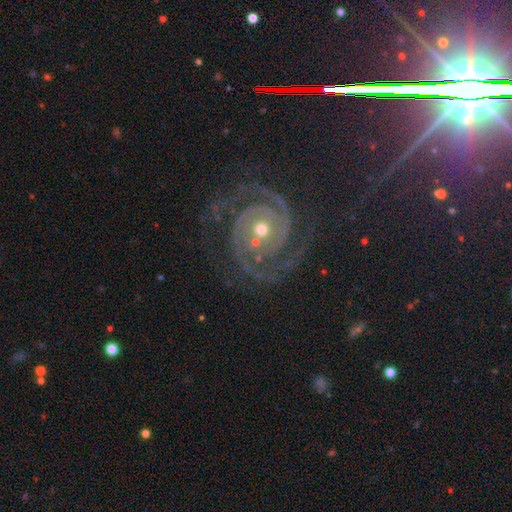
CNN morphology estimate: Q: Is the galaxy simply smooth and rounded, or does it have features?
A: featured or disk — 84%.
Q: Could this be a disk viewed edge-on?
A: no — 97%.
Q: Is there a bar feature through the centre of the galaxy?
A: no — 46%.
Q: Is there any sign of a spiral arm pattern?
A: yes — 98%.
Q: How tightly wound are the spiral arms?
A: tight — 71%.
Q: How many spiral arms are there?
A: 2 — 55%.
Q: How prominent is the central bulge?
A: small — 57%.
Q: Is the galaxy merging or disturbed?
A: none — 78%.